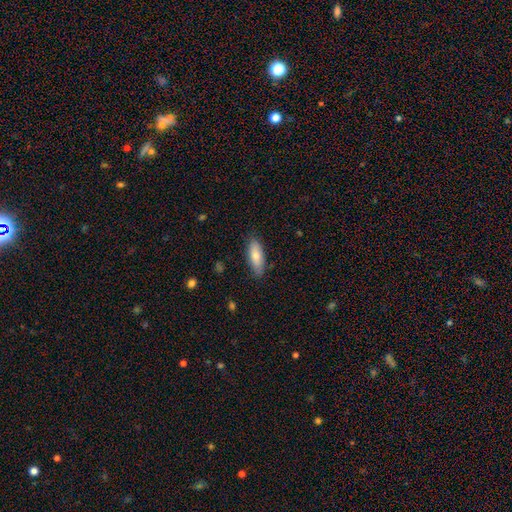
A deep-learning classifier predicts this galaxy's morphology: Smooth or featured?
  - smooth: 76% *
  - featured or disk: 18%
  - star or artifact: 6%
How rounded?
  - in between: 70% *
  - cigar-shaped: 28%
  - round: 2%
Merging?
  - none: 83% *
  - minor disturbance: 13%
  - major disturbance: 2%
  - merger: 1%